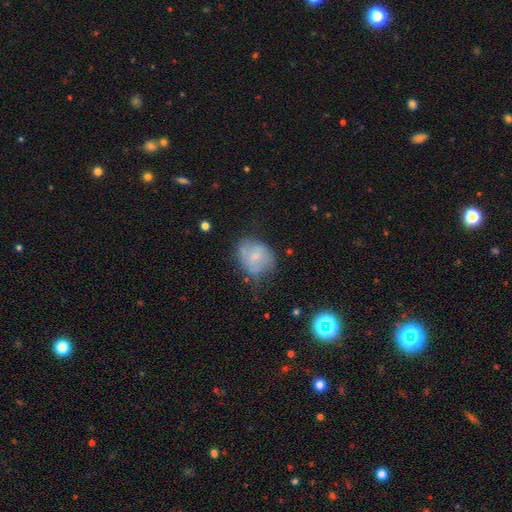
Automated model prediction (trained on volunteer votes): Morphology: type=smooth (61%); roundness=round (50%); merging=none (49%).